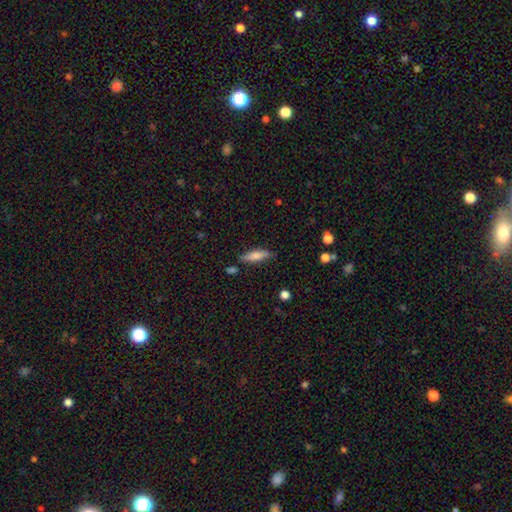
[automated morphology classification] This is likely a smooth galaxy (74%). How rounded: likely cigar-shaped (63%). Merging: likely none (78%).